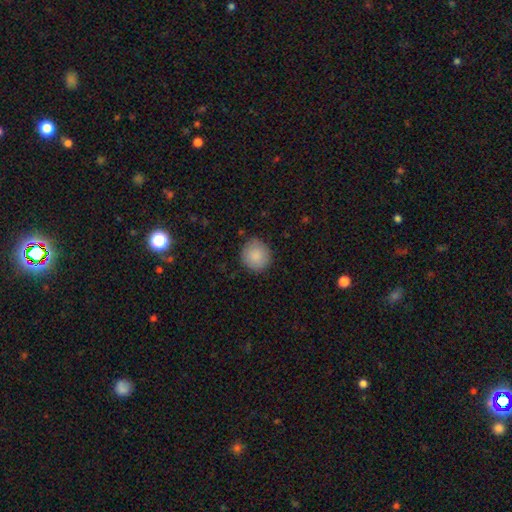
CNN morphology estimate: smooth_or_featured: smooth (p=0.87) [alt: star or artifact p=0.07]
how_rounded: round (p=0.90) [alt: in between p=0.09]
merging: none (p=0.86) [alt: minor disturbance p=0.11]